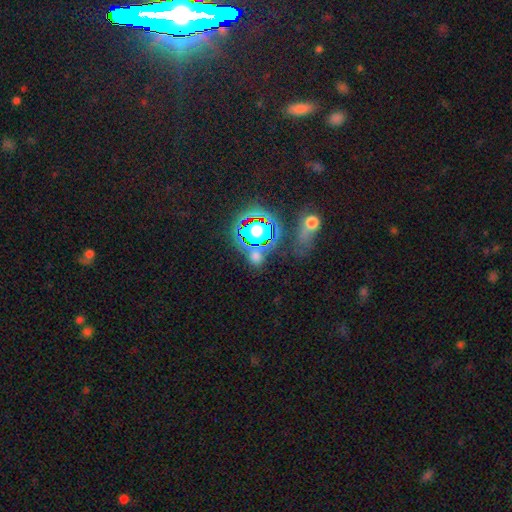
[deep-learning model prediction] A smooth galaxy with no disk features (45%).

Vote fractions:
- Smooth or featured? smooth: 45% / star or artifact: 44% / featured or disk: 12%
- Merging? none: 67% / merger: 14% / minor disturbance: 12% / major disturbance: 7%